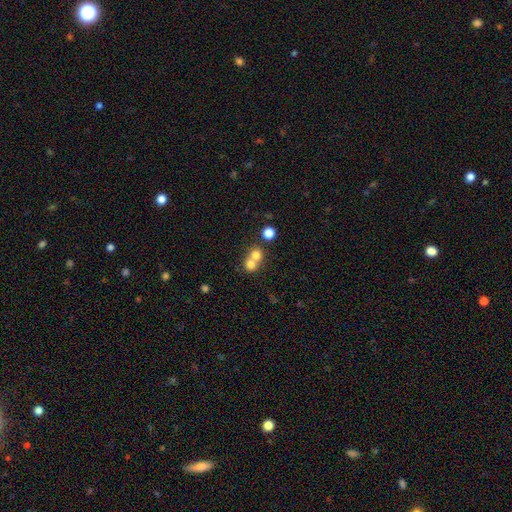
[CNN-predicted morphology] Smooth or featured: smooth — 73% (featured or disk — 14%)
How rounded: round — 82% (in between — 17%)
Merging: merger — 61% (none — 32%)